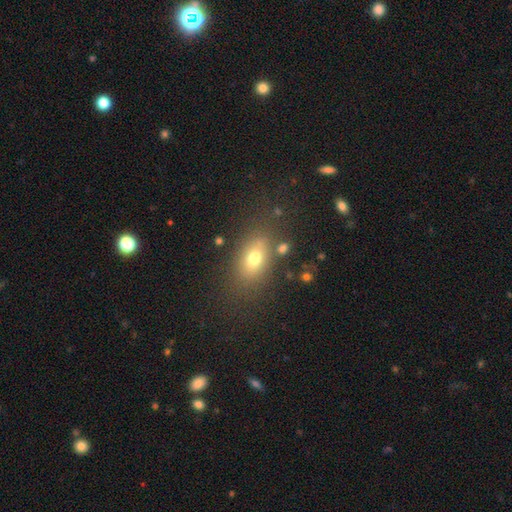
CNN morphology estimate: Smooth or featured?
  - smooth: 66% *
  - star or artifact: 19%
  - featured or disk: 15%
How rounded?
  - in between: 74% *
  - round: 21%
  - cigar-shaped: 5%
Merging?
  - none: 79% *
  - minor disturbance: 11%
  - merger: 5%
  - major disturbance: 5%